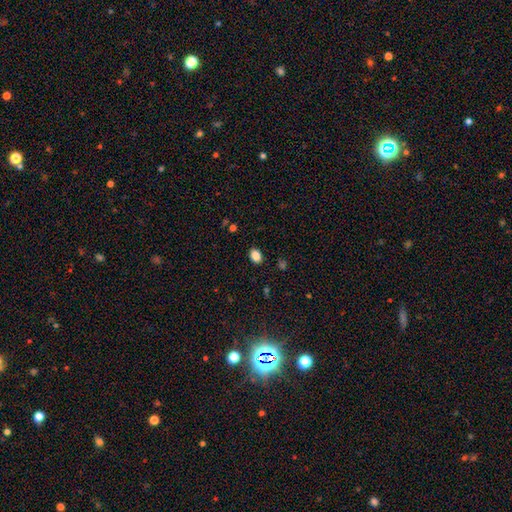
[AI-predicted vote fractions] smooth_or_featured: smooth (p=0.86) [alt: star or artifact p=0.10]
how_rounded: in between (p=0.72) [alt: round p=0.27]
merging: none (p=0.88) [alt: minor disturbance p=0.09]